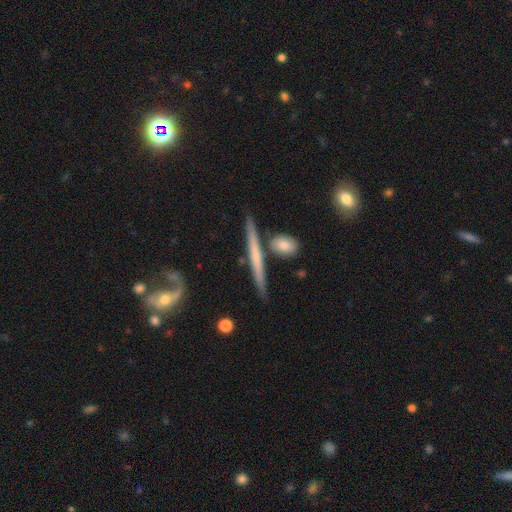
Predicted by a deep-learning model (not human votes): Morphology: type=featured or disk (57%); edge-on=yes (92%); edge-on bulge=none (74%); merging=none (77%).